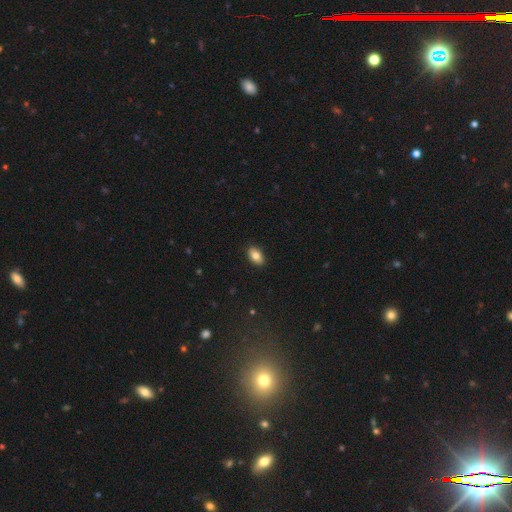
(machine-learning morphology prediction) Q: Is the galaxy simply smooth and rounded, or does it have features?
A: smooth — 81%.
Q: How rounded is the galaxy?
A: in between — 91%.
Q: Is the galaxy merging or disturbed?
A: none — 89%.